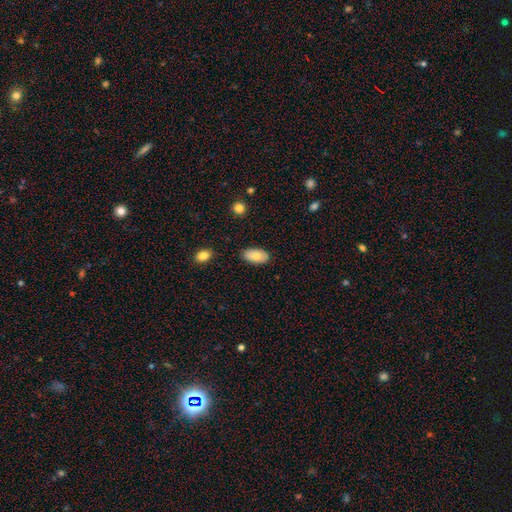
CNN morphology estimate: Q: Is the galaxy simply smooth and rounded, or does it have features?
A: smooth — 79%.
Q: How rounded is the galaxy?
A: in between — 94%.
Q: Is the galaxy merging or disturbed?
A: none — 85%.